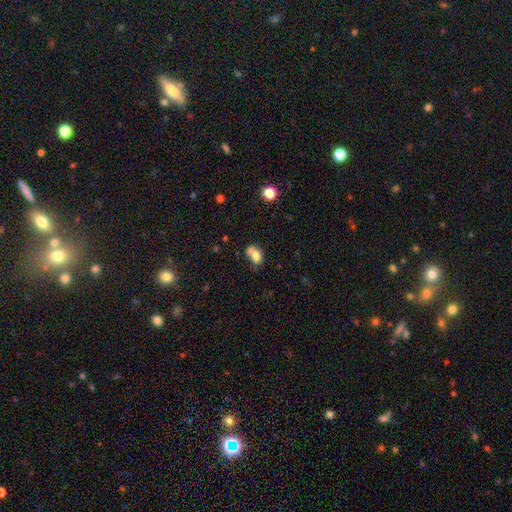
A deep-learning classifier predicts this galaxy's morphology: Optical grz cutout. It shows a smooth galaxy with no disk features (74%) that is in between round and cigar-shaped (68%). Merging: merger (38%).